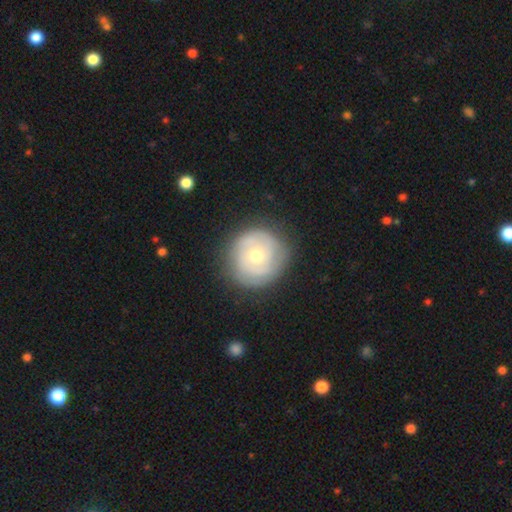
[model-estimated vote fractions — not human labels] Smooth or featured? featured or disk (66%)
Edge-on disk? no (97%)
Bar? no (77%)
Spiral arms? yes (77%)
Bulge size? moderate (67%)
Merging? none (81%)